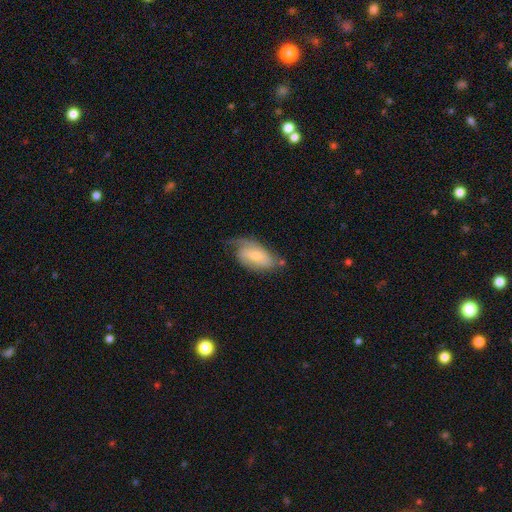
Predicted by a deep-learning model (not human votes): Q: Smooth or featured?
A: featured or disk (59%); runner-up: smooth (35%)
Q: Edge-on disk?
A: no (93%); runner-up: yes (7%)
Q: Bar?
A: no (47%); runner-up: weak (39%)
Q: Spiral arms?
A: yes (83%); runner-up: no (17%)
Q: Bulge size?
A: small (62%); runner-up: moderate (31%)
Q: Merging?
A: none (45%); runner-up: minor disturbance (30%)